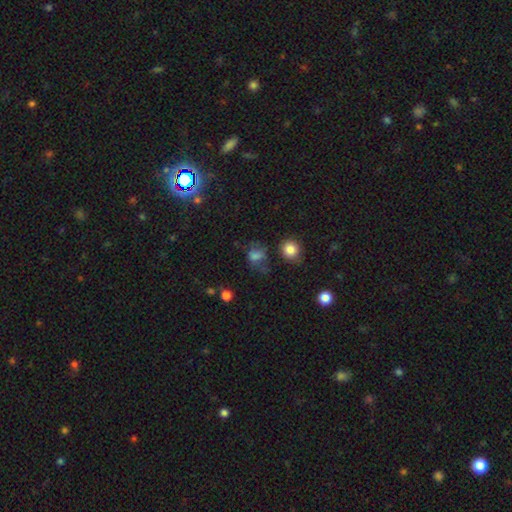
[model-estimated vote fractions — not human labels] A smooth galaxy with no disk features (65%) that is in between round and cigar-shaped (53%).

Vote fractions:
- Smooth or featured? smooth: 65% / star or artifact: 20% / featured or disk: 15%
- How rounded? in between: 53% / round: 45% / cigar-shaped: 2%
- Merging? none: 44% / major disturbance: 25% / minor disturbance: 24% / merger: 7%